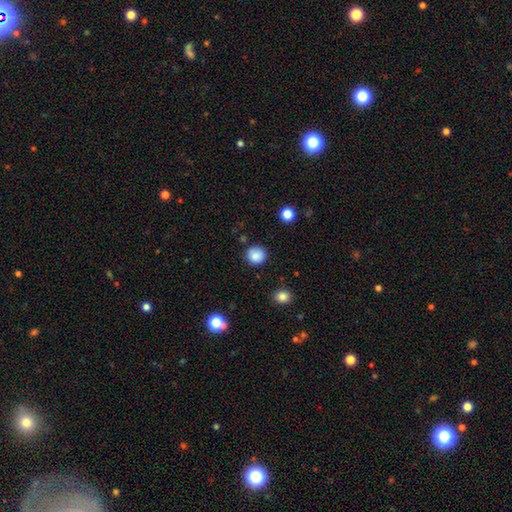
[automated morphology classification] This appears to be a smooth galaxy with no disk features (86%) that is round (91%). Merging: none (87%).